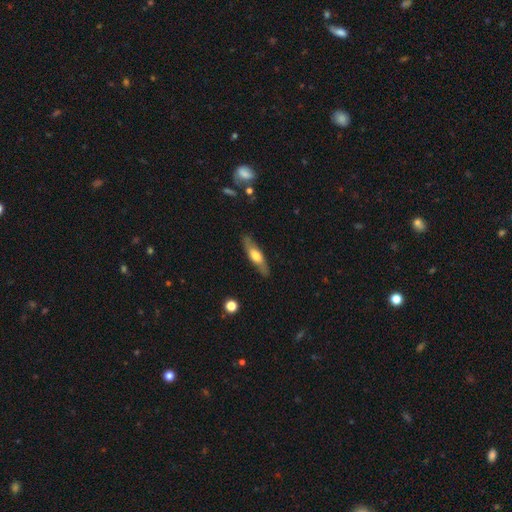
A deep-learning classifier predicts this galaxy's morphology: A featured or disk galaxy (48%). Merging: none (84%).